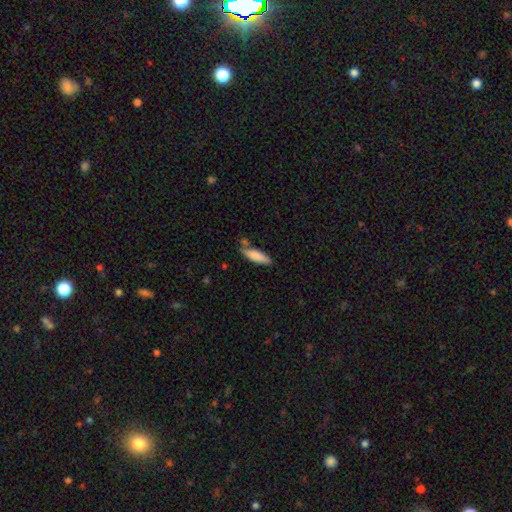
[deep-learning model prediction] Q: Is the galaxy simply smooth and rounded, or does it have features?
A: smooth — 85%.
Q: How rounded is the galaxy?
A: cigar-shaped — 53%.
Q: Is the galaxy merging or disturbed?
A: none — 69%.